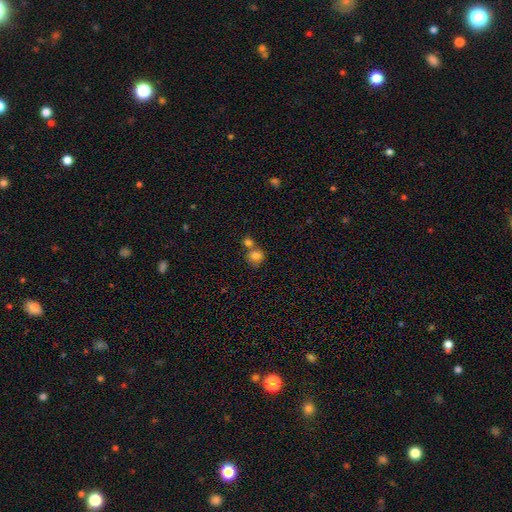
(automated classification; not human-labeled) The model was most divided on "merging": none: 46%, merger: 41%, minor disturbance: 9%, major disturbance: 3%. More confident: smooth or featured — smooth (81%); how rounded — round (79%).